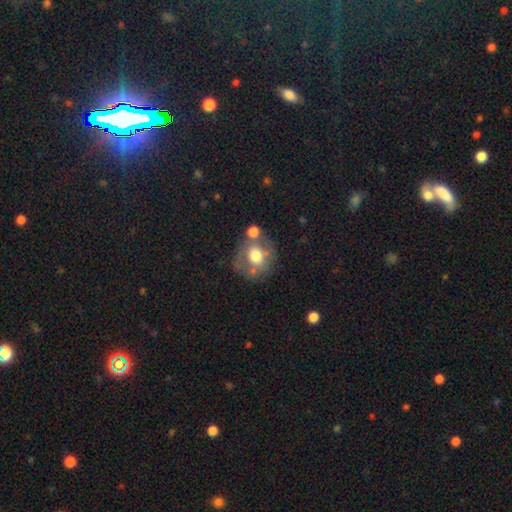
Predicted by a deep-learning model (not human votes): Smooth or featured? smooth (58%)
How rounded? round (68%)
Merging? none (55%)